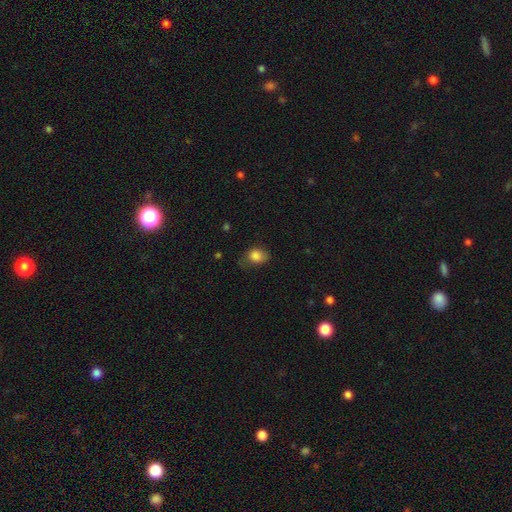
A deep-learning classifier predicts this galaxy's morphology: Q: Smooth or featured?
A: smooth (83%); runner-up: star or artifact (9%)
Q: How rounded?
A: in between (58%); runner-up: round (41%)
Q: Merging?
A: none (56%); runner-up: minor disturbance (30%)